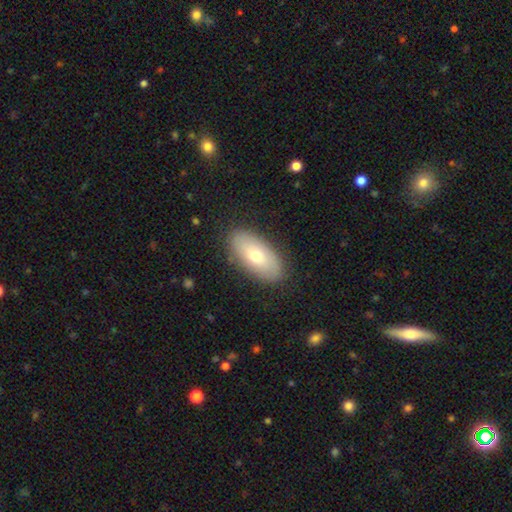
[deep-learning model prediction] Overall: smooth (67%). How rounded: in between (91%). Merging: none (86%).